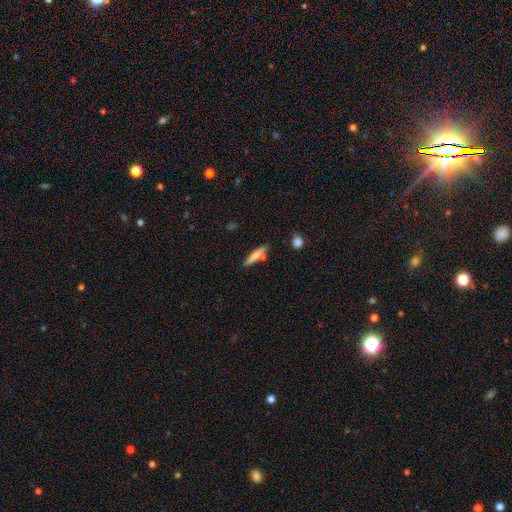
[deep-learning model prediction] A smooth galaxy with no disk features (68%) that is cigar-shaped (86%).

Vote fractions:
- Smooth or featured? smooth: 68% / featured or disk: 25% / star or artifact: 7%
- How rounded? cigar-shaped: 86% / in between: 12% / round: 2%
- Merging? none: 74% / minor disturbance: 13% / merger: 10% / major disturbance: 3%